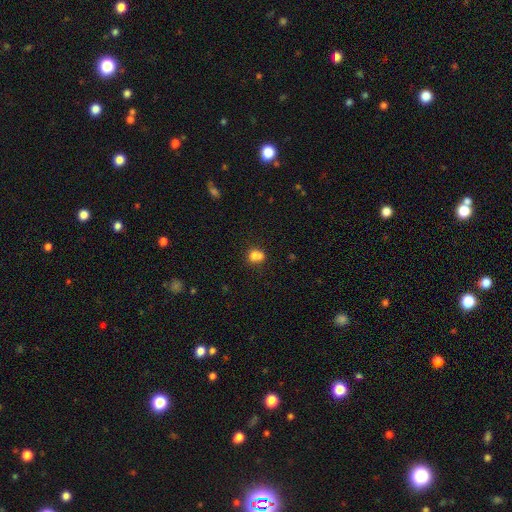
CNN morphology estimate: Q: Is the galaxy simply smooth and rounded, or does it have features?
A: smooth — 74%.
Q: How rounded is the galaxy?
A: round — 58%.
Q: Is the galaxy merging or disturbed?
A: merger — 48%.